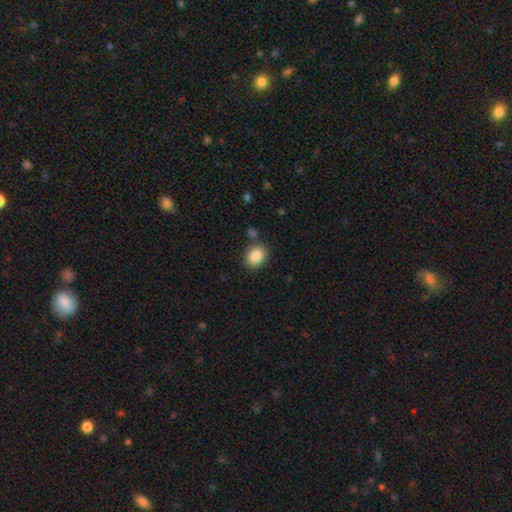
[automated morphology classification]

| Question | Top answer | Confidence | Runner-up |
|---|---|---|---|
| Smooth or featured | smooth | 87% | star or artifact (8%) |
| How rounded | in between | 54% | round (45%) |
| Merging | none | 81% | minor disturbance (11%) |